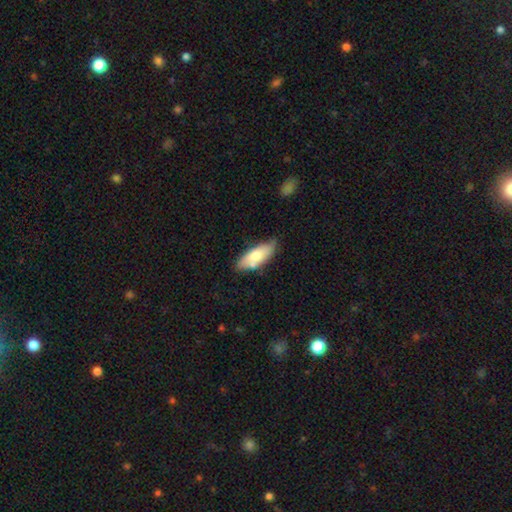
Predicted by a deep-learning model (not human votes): Smooth or featured: smooth — 75% (featured or disk — 20%)
How rounded: in between — 74% (cigar-shaped — 24%)
Merging: none — 66% (minor disturbance — 23%)